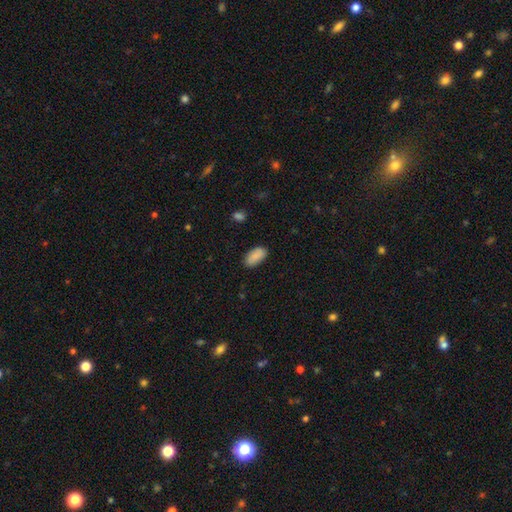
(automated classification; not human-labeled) Morphology: type=smooth (88%); roundness=in between (93%); merging=none (85%).